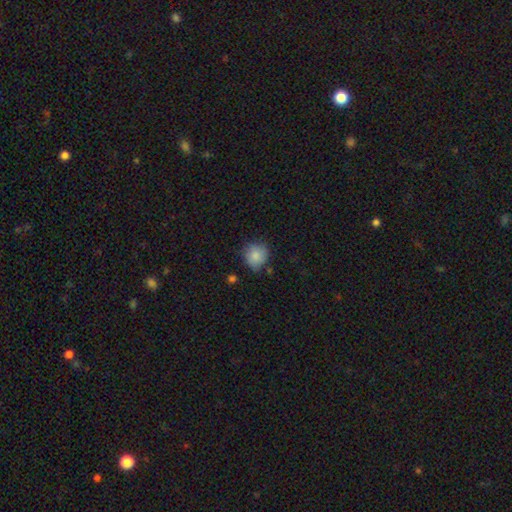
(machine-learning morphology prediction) smooth 84%, star or artifact 8%, featured or disk 8%. Down the decision tree: how rounded — round (86%); merging — none (70%).